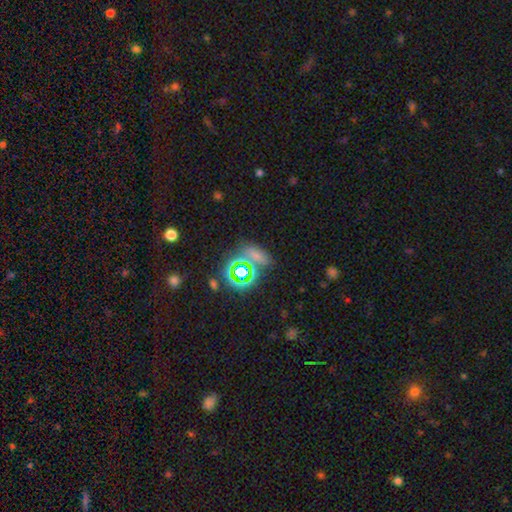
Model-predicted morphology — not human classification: The model was most divided on "smooth or featured": smooth: 46%, star or artifact: 45%, featured or disk: 10%. More confident: merging — none (64%).